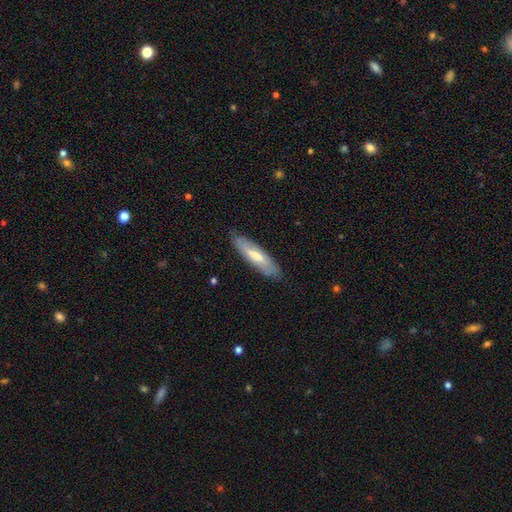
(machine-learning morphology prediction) This is possibly a smooth galaxy (54%). How rounded: likely cigar-shaped (62%). Merging: clearly none (83%).